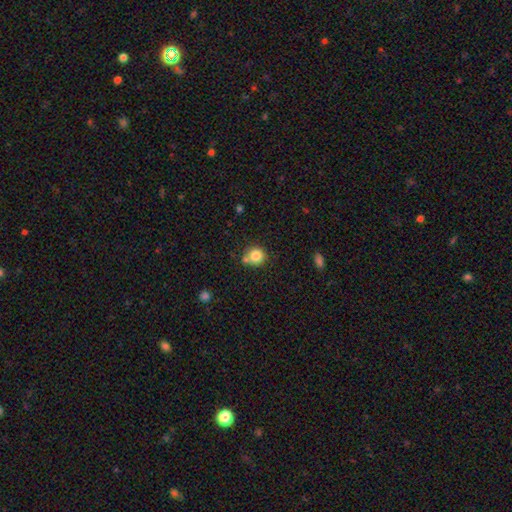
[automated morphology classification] The model was most divided on "merging": none: 65%, merger: 18%, minor disturbance: 13%, major disturbance: 4%. More confident: how rounded — round (89%); smooth or featured — smooth (83%).